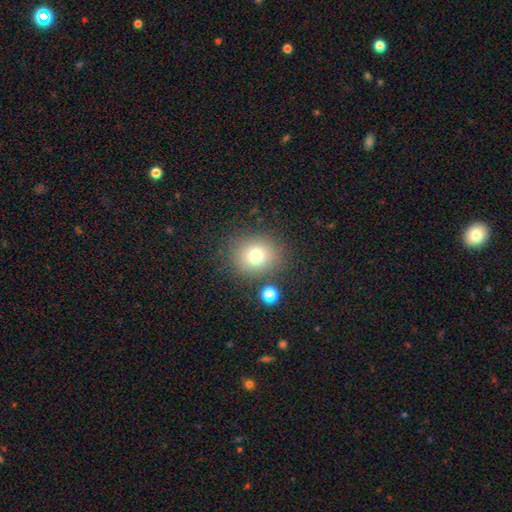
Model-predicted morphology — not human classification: Smooth or featured? smooth (75%)
How rounded? round (82%)
Merging? none (81%)